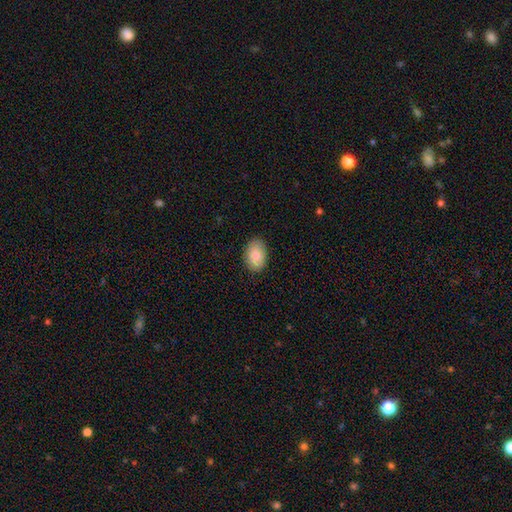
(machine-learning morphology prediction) The model was most divided on "how rounded": in between: 88%, round: 11%, cigar-shaped: 1%. More confident: merging — none (87%); smooth or featured — smooth (86%).